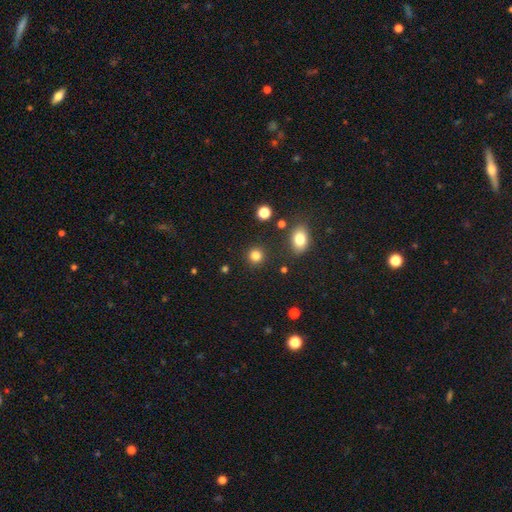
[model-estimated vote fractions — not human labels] Q: Smooth or featured?
A: smooth (83%); runner-up: star or artifact (12%)
Q: How rounded?
A: round (90%); runner-up: in between (9%)
Q: Merging?
A: none (89%); runner-up: minor disturbance (6%)